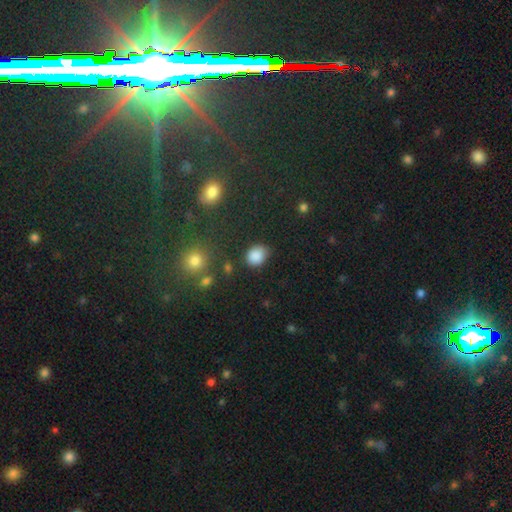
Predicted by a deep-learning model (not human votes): Smooth or featured: smooth — 85% (star or artifact — 10%)
How rounded: round — 54% (in between — 45%)
Merging: none — 72% (minor disturbance — 20%)